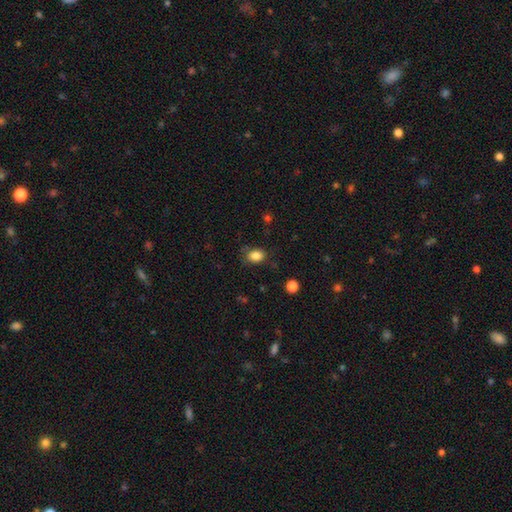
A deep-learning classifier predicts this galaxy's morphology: Overall: smooth (85%). How rounded: in between (58%; round 41%). Merging: none (76%).